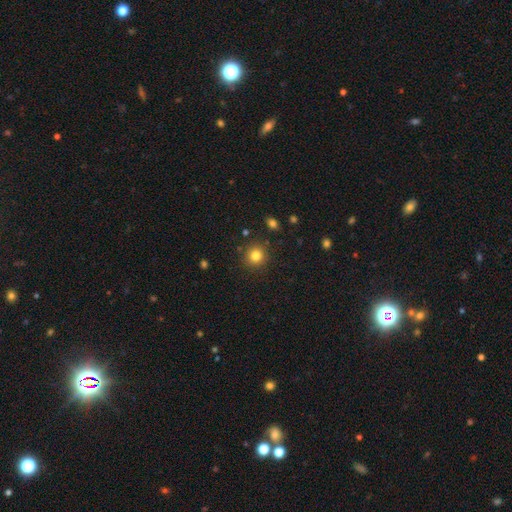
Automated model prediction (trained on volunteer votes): Smooth or featured?
  - smooth: 82% *
  - star or artifact: 12%
  - featured or disk: 6%
How rounded?
  - round: 92% *
  - in between: 7%
  - cigar-shaped: 1%
Merging?
  - none: 89% *
  - minor disturbance: 7%
  - major disturbance: 2%
  - merger: 2%